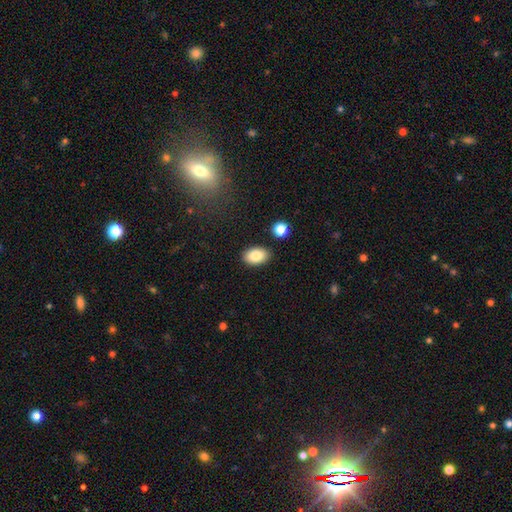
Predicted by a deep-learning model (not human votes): Overall: smooth (85%). How rounded: in between (89%). Merging: none (87%).